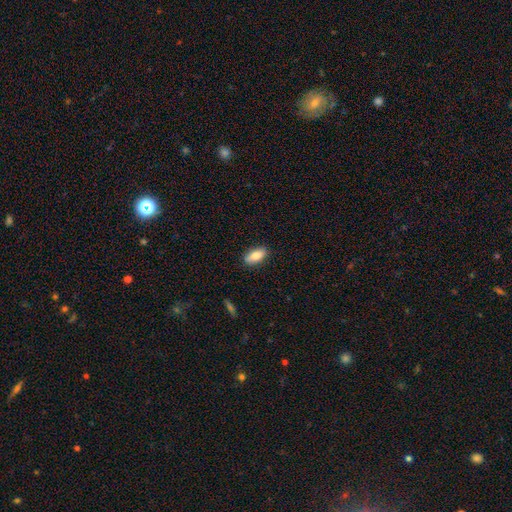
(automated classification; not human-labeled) Smooth or featured? Predicted: smooth (p=0.79). How rounded? Predicted: in between (p=0.85). Merging? Predicted: none (p=0.87).